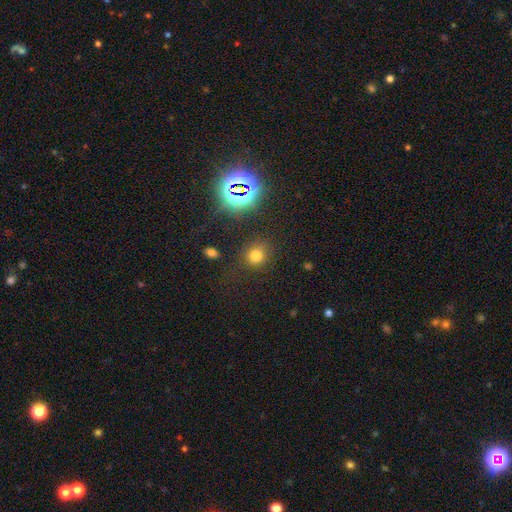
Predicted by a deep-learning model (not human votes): Overall: smooth (71%). How rounded: round (80%). Merging: none (79%).